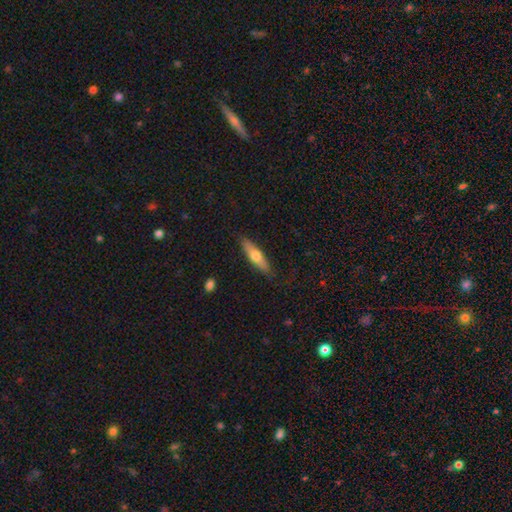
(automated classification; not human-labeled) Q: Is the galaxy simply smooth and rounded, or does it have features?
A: smooth — 57%.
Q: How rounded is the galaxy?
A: cigar-shaped — 70%.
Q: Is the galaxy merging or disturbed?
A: none — 83%.